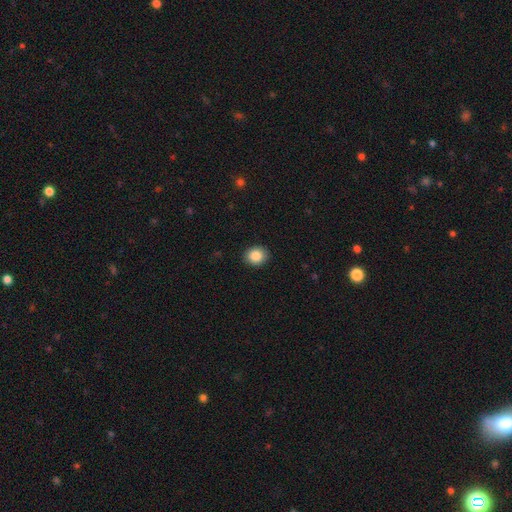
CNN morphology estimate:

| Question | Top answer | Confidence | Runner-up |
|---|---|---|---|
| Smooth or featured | smooth | 86% | star or artifact (9%) |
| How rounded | round | 68% | in between (31%) |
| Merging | none | 90% | minor disturbance (7%) |